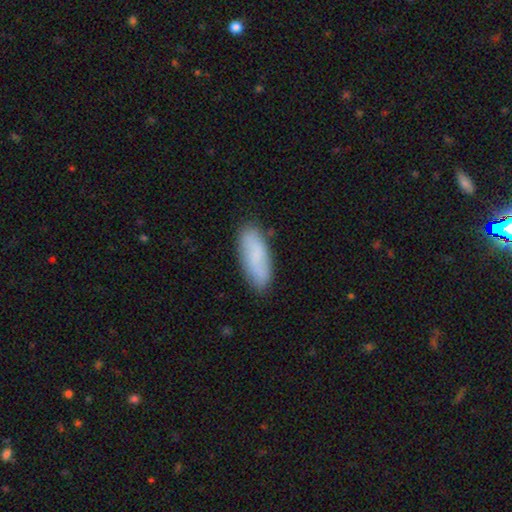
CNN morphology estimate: smooth-or-featured: smooth: 78% | featured or disk: 16% | star or artifact: 7%
  how-rounded: in between: 69% | cigar-shaped: 29% | round: 2%
  merging: none: 82% | minor disturbance: 14% | major disturbance: 3% | merger: 2%